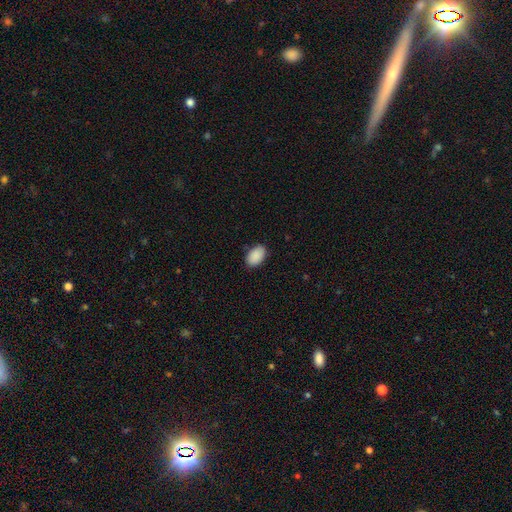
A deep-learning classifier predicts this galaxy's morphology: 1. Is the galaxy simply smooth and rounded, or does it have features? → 91% smooth, 6% star or artifact, 3% featured or disk.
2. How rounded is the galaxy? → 91% in between, 8% round, 1% cigar-shaped.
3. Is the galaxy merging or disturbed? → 86% none, 11% minor disturbance, 2% major disturbance, 1% merger.